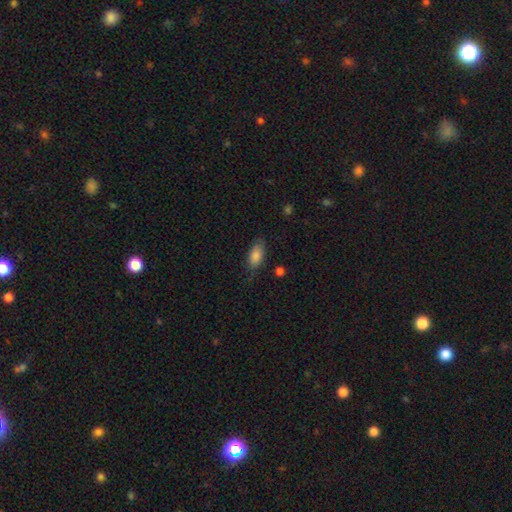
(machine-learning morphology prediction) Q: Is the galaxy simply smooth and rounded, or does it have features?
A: smooth — 85%.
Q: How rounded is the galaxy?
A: in between — 89%.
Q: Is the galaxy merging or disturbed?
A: none — 75%.